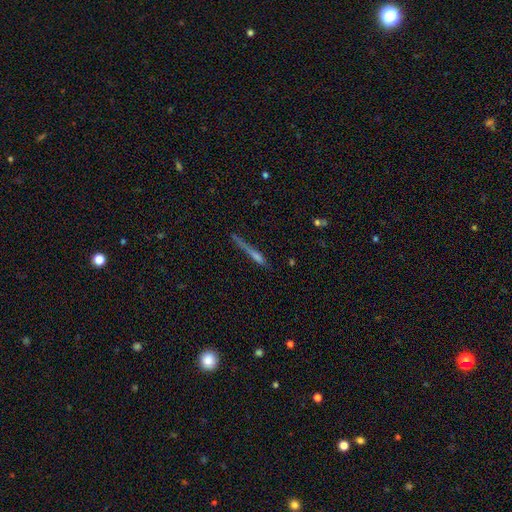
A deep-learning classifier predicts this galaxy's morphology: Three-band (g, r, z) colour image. It shows a smooth galaxy with no disk features (48%). Merging: none (65%).